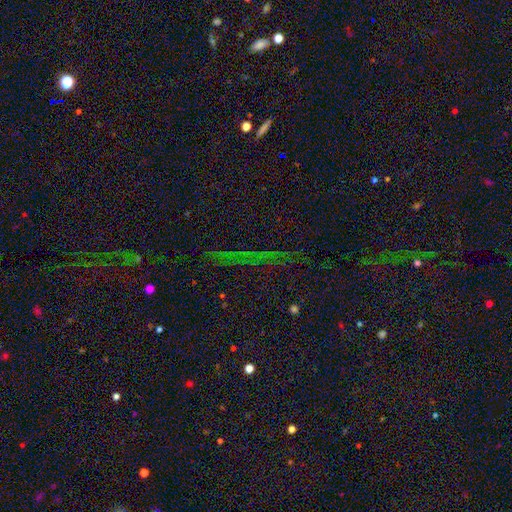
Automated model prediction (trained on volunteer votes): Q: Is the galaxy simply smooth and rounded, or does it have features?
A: star or artifact — 79%.